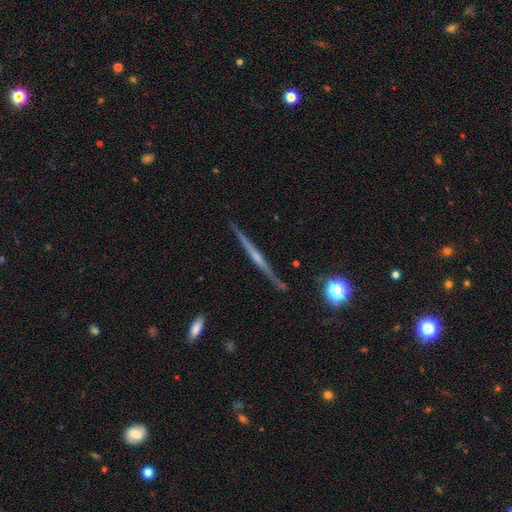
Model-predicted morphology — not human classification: featured or disk 75%, smooth 18%, star or artifact 7%. Down the decision tree: edge-on disk — yes (98%); edge-on bulge — none (44%); merging — none (89%).